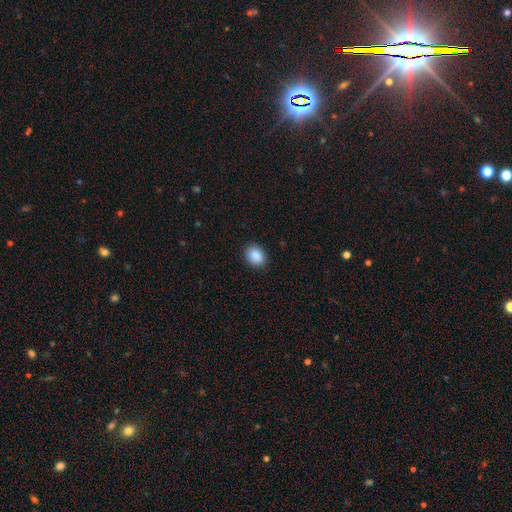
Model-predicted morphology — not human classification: The model was most divided on "how rounded": in between: 63%, round: 37%, cigar-shaped: 1%. More confident: merging — none (90%); smooth or featured — smooth (89%).